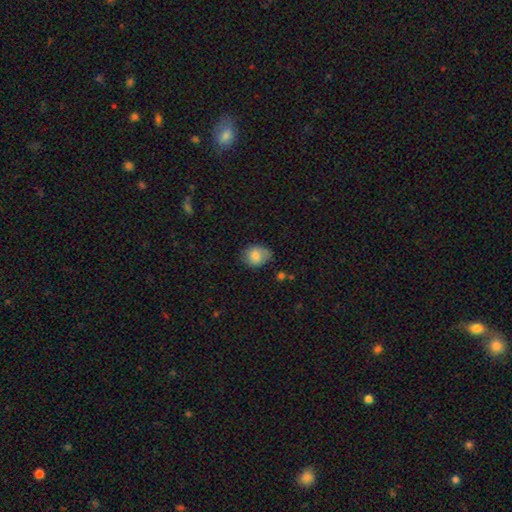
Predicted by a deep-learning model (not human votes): smooth-or-featured: smooth: 80% | featured or disk: 12% | star or artifact: 8%
  how-rounded: in between: 54% | round: 45% | cigar-shaped: 1%
  merging: none: 63% | minor disturbance: 28% | major disturbance: 7% | merger: 2%